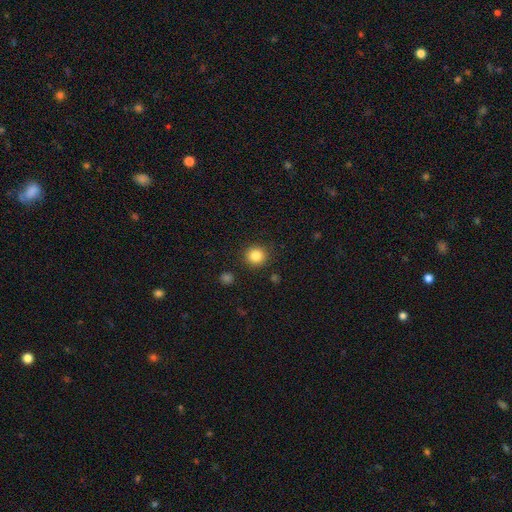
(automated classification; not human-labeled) Smooth or featured? Predicted: smooth (p=0.85). How rounded? Predicted: round (p=0.92). Merging? Predicted: none (p=0.89).